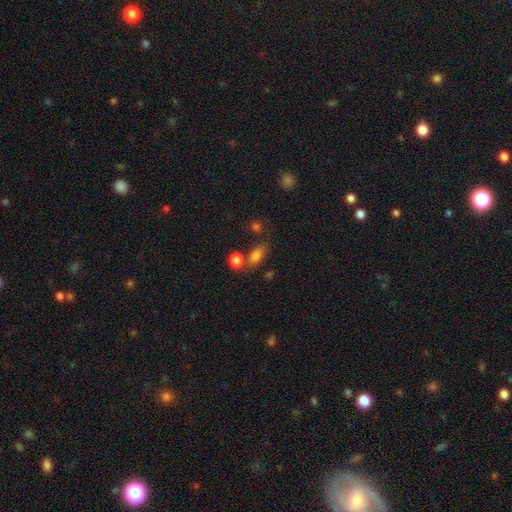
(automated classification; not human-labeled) This appears to be a smooth galaxy with no disk features (80%) that is in between round and cigar-shaped (77%). Merging: none (61%).